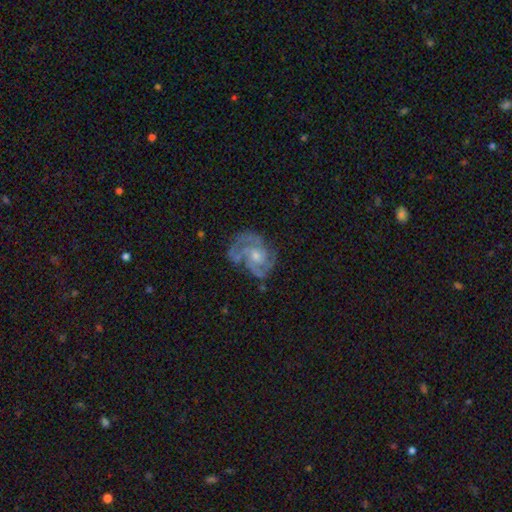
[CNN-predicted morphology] Smooth or featured? Predicted: featured or disk (p=0.85). Edge-on disk? Predicted: no (p=0.98). Bar? Predicted: no (p=0.68). Spiral arms? Predicted: yes (p=0.95). Spiral winding? Predicted: tight (p=0.48). Spiral arm count? Predicted: 3 (p=0.38). Bulge size? Predicted: small (p=0.50). Merging? Predicted: none (p=0.65).